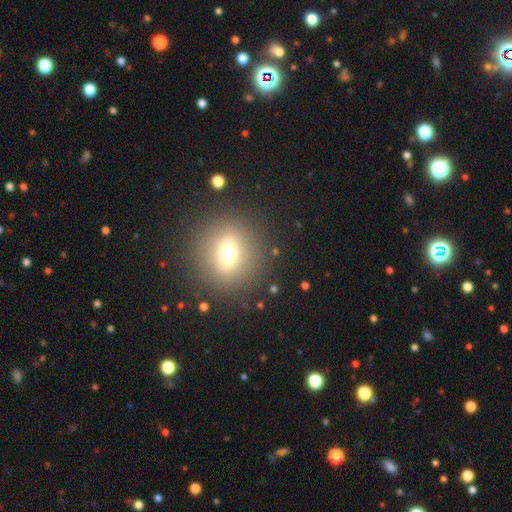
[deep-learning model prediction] Smooth or featured? smooth (51%)
How rounded? round (55%)
Merging? none (88%)